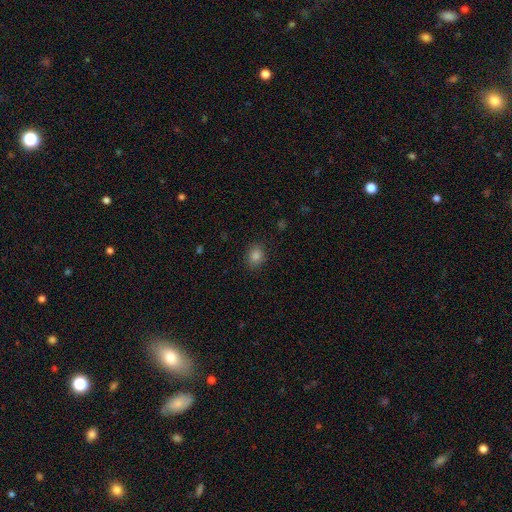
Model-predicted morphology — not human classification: Smooth or featured? smooth (82%)
How rounded? round (58%)
Merging? none (89%)